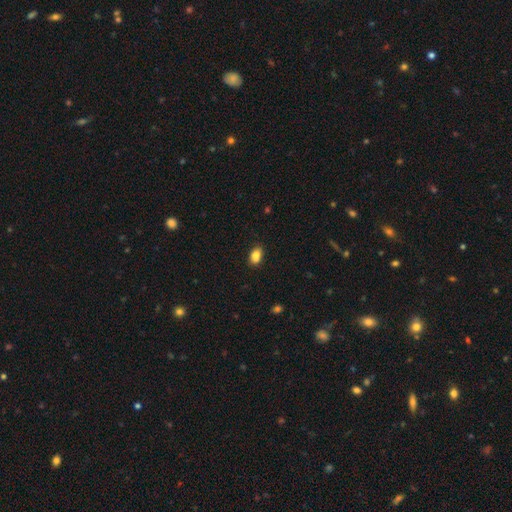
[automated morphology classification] A smooth galaxy with no disk features (87%) that is in between round and cigar-shaped (88%).

Vote fractions:
- Smooth or featured? smooth: 87% / star or artifact: 8% / featured or disk: 5%
- How rounded? in between: 88% / round: 10% / cigar-shaped: 2%
- Merging? none: 86% / minor disturbance: 11% / major disturbance: 2% / merger: 1%